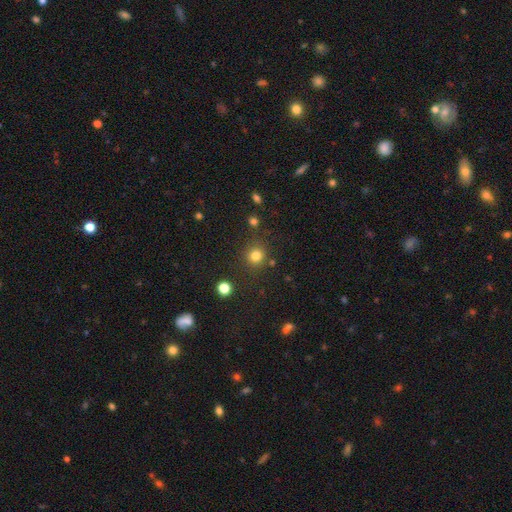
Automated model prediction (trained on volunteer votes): Q: Smooth or featured?
A: smooth (80%); runner-up: star or artifact (14%)
Q: How rounded?
A: round (89%); runner-up: in between (10%)
Q: Merging?
A: none (83%); runner-up: minor disturbance (9%)